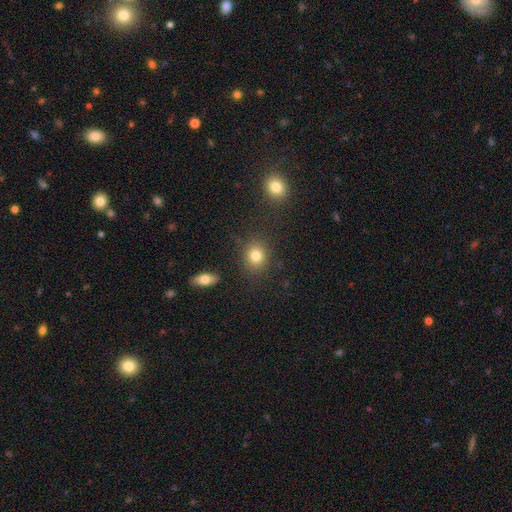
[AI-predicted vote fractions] The model was most divided on "how rounded": round: 68%, in between: 31%, cigar-shaped: 1%. More confident: merging — none (83%); smooth or featured — smooth (80%).